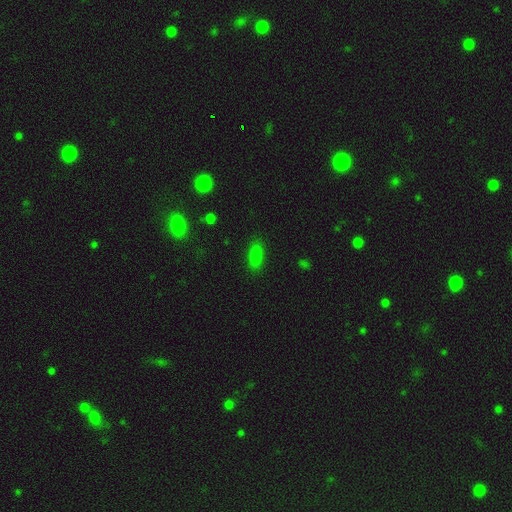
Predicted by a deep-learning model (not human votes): Smooth or featured? smooth (83%)
How rounded? in between (83%)
Merging? none (85%)